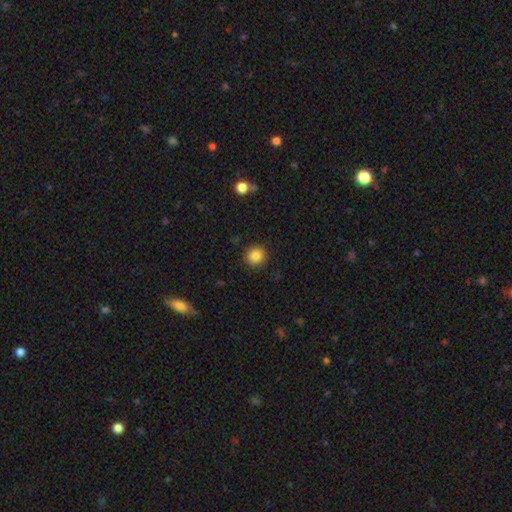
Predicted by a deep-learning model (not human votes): smooth-or-featured: smooth: 85% | star or artifact: 10% | featured or disk: 5%
  how-rounded: round: 92% | in between: 7% | cigar-shaped: 1%
  merging: none: 90% | minor disturbance: 7% | major disturbance: 2% | merger: 1%